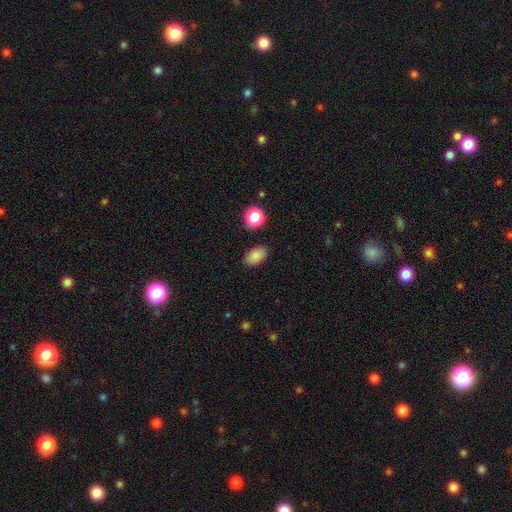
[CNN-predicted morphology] type=smooth (86%); roundness=in between (88%); merging=none (86%).